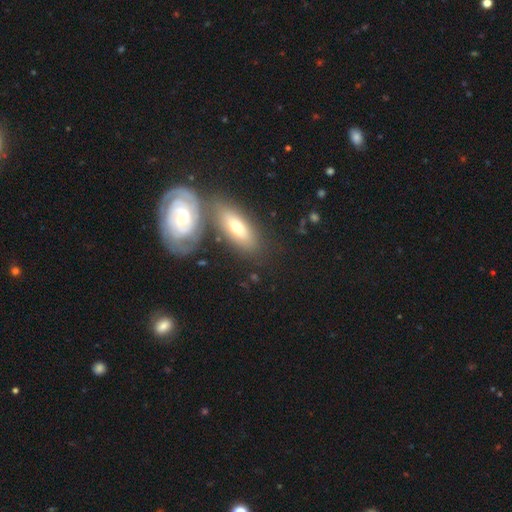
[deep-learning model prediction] Q: Smooth or featured?
A: featured or disk (59%); runner-up: smooth (31%)
Q: Edge-on disk?
A: no (78%); runner-up: yes (22%)
Q: Merging?
A: none (62%); runner-up: merger (23%)